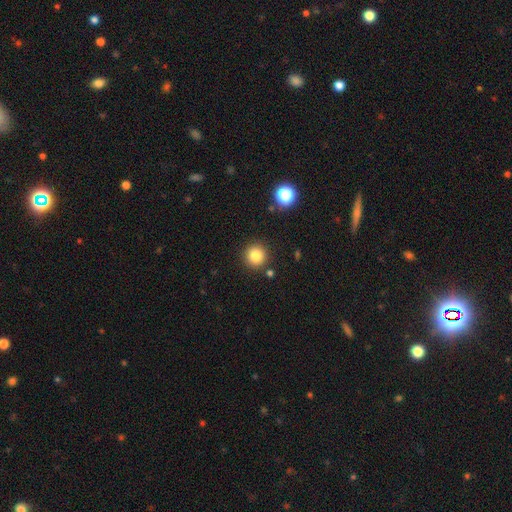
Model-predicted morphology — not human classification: Smooth or featured?
  - smooth: 82% *
  - star or artifact: 12%
  - featured or disk: 6%
How rounded?
  - round: 95% *
  - in between: 4%
  - cigar-shaped: 1%
Merging?
  - none: 89% *
  - minor disturbance: 6%
  - merger: 3%
  - major disturbance: 2%